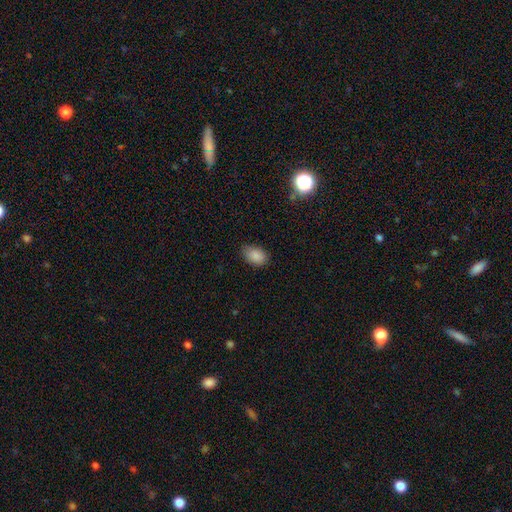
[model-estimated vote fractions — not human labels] Smooth or featured? smooth (87%)
How rounded? in between (84%)
Merging? none (74%)